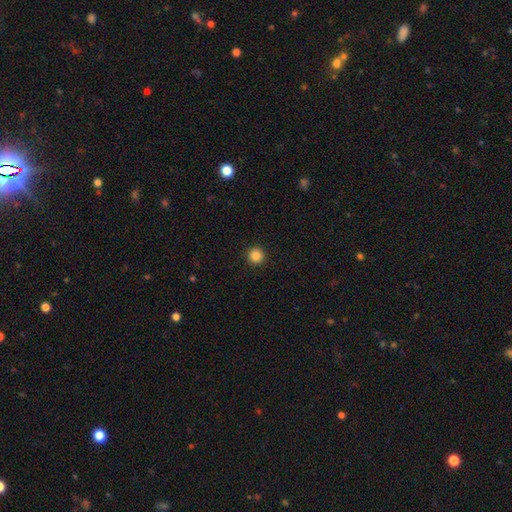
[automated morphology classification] Smooth or featured? Predicted: smooth (p=0.85). How rounded? Predicted: round (p=0.96). Merging? Predicted: none (p=0.93).